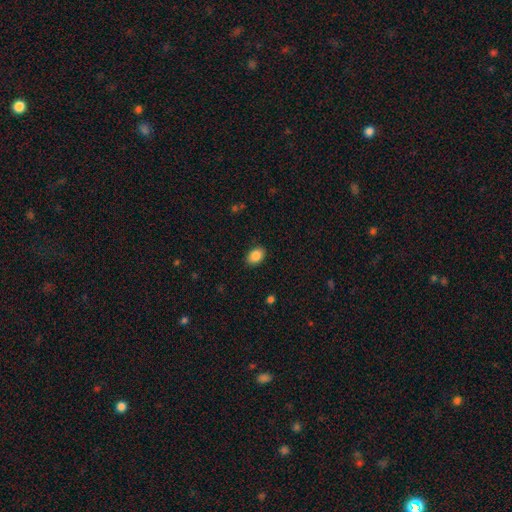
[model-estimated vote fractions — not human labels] Overall: smooth (88%). How rounded: in between (81%). Merging: none (88%).